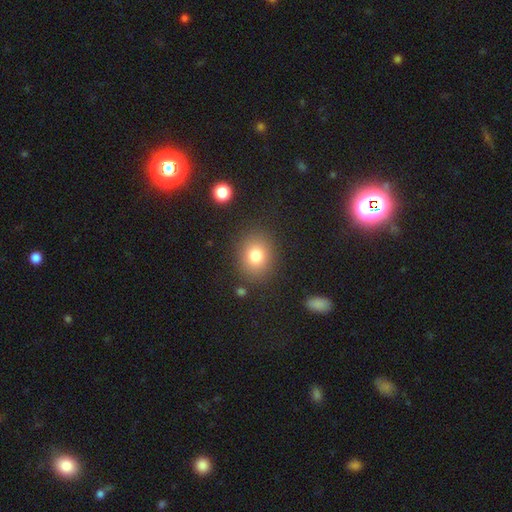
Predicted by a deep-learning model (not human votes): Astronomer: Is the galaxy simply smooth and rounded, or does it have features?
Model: smooth — 79%.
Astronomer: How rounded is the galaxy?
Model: round — 56% (runner-up: in between, 44%).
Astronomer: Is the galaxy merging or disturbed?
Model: none — 85%.